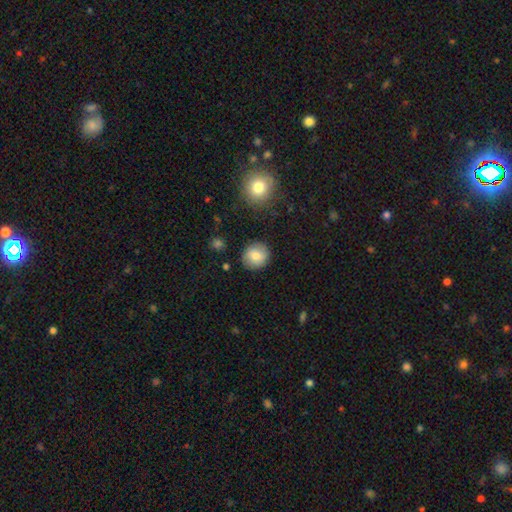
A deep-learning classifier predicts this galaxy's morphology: Smooth or featured? Predicted: smooth (p=0.81). How rounded? Predicted: round (p=0.88). Merging? Predicted: none (p=0.88).